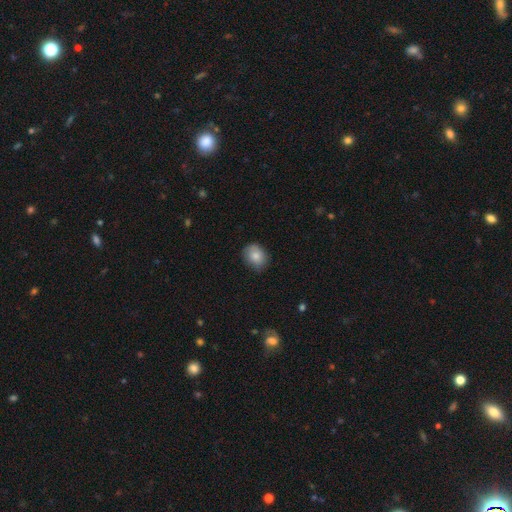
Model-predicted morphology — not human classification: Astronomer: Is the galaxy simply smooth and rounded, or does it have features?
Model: smooth — 83%.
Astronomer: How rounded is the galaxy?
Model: in between — 51% (runner-up: round, 48%).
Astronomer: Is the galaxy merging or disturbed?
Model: none — 79%.